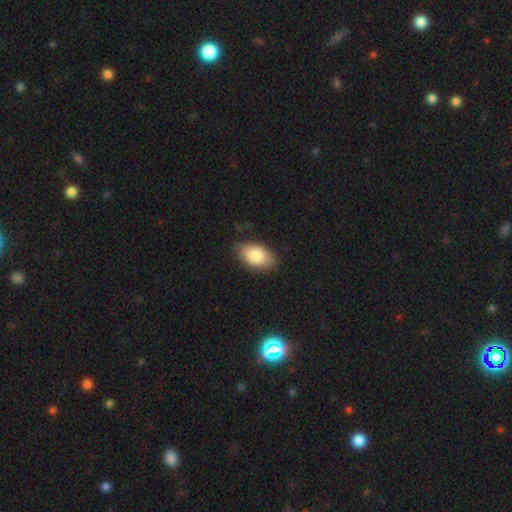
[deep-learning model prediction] smooth-or-featured: smooth: 85% | featured or disk: 9% | star or artifact: 6%
  how-rounded: in between: 93% | round: 5% | cigar-shaped: 2%
  merging: none: 81% | minor disturbance: 15% | major disturbance: 3% | merger: 1%